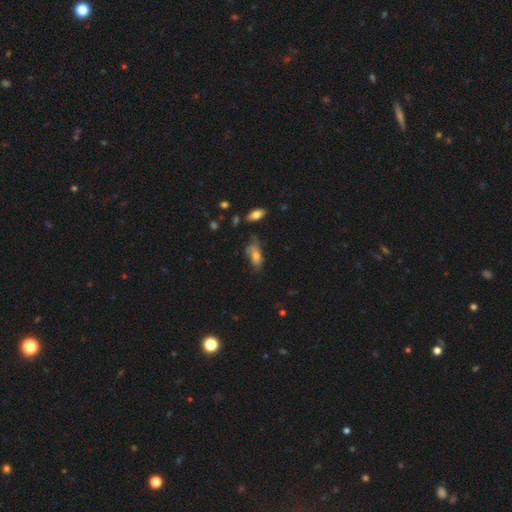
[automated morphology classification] smooth_or_featured: smooth (p=0.65) [alt: featured or disk p=0.25]
how_rounded: in between (p=0.83) [alt: cigar-shaped p=0.12]
merging: none (p=0.40) [alt: minor disturbance p=0.34]